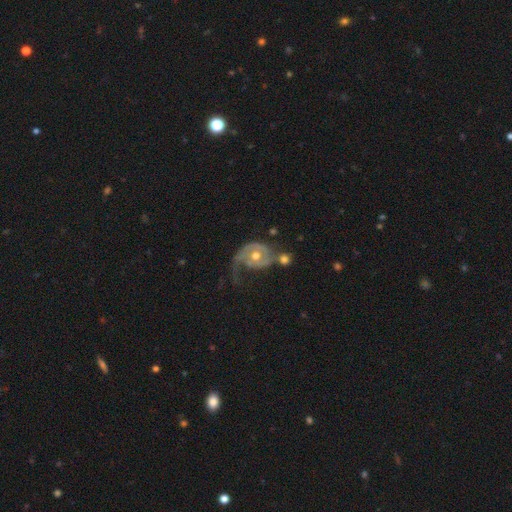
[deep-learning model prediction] A featured or disk galaxy (82%) with no bar (71%), 2 (49%) medium (37%, tied with loose) spiral arms (90%) and a moderate central bulge (76%). Merging: major disturbance (32%).